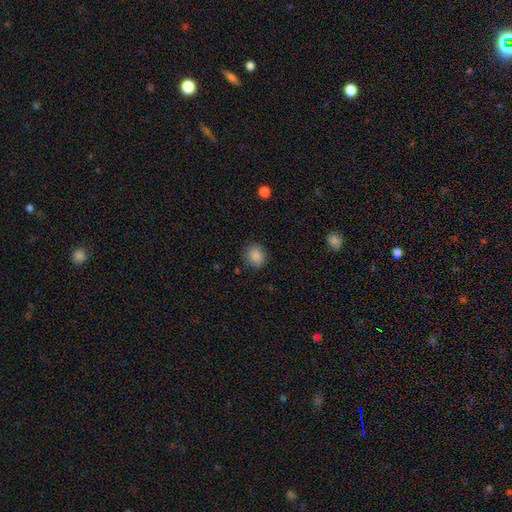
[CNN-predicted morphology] smooth 87%, star or artifact 9%, featured or disk 4%. Down the decision tree: how rounded — round (79%); merging — none (84%).